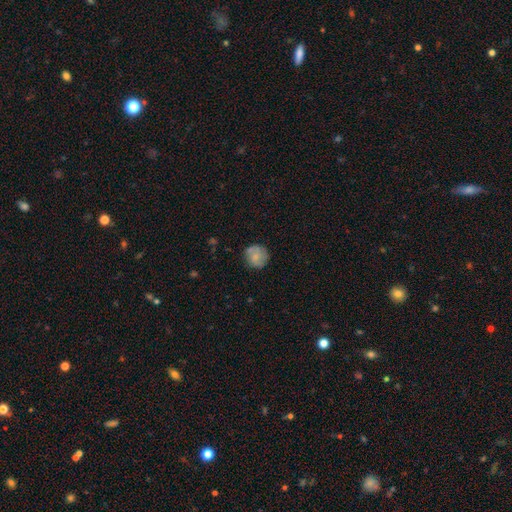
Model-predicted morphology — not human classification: Q: Smooth or featured?
A: smooth (72%); runner-up: featured or disk (20%)
Q: How rounded?
A: round (91%); runner-up: in between (8%)
Q: Merging?
A: none (78%); runner-up: minor disturbance (16%)